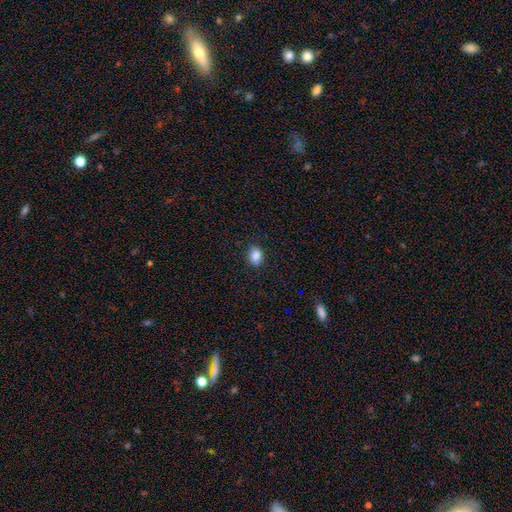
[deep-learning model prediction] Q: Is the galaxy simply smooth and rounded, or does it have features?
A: smooth — 86%.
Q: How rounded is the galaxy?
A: in between — 68%.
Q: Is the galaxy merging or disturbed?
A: none — 85%.